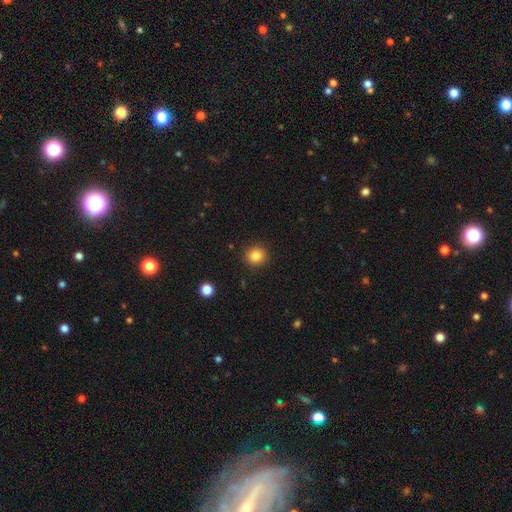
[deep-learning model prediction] A smooth galaxy with no disk features (85%) that is round (93%).

Vote fractions:
- Smooth or featured? smooth: 85% / star or artifact: 11% / featured or disk: 4%
- How rounded? round: 93% / in between: 6% / cigar-shaped: 1%
- Merging? none: 92% / minor disturbance: 5% / major disturbance: 2% / merger: 1%